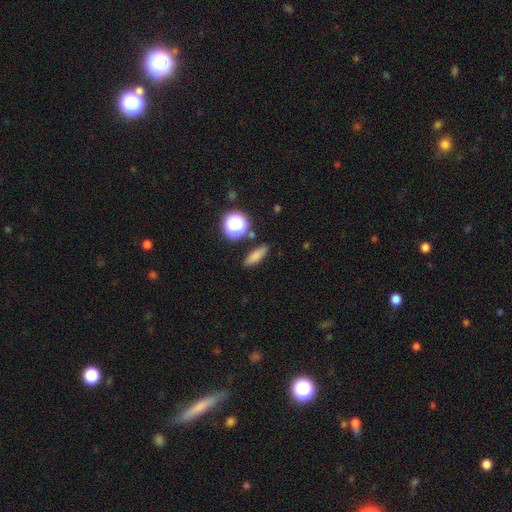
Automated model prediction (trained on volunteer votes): Overall: smooth (76%). How rounded: in between (45%; cigar-shaped 42%). Merging: none (83%).